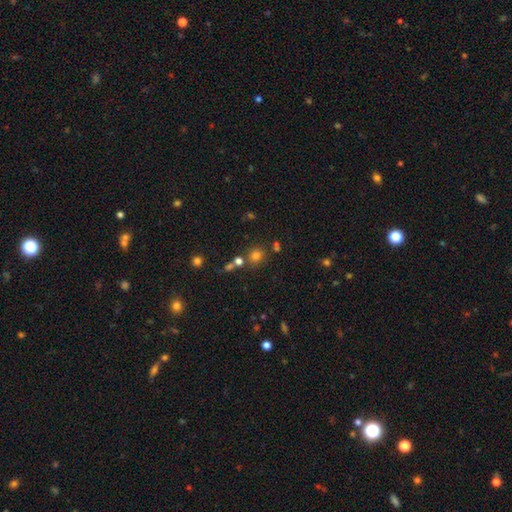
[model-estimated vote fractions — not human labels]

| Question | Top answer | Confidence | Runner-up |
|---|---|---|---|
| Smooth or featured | smooth | 73% | star or artifact (19%) |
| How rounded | round | 83% | in between (16%) |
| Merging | none | 71% | merger (15%) |